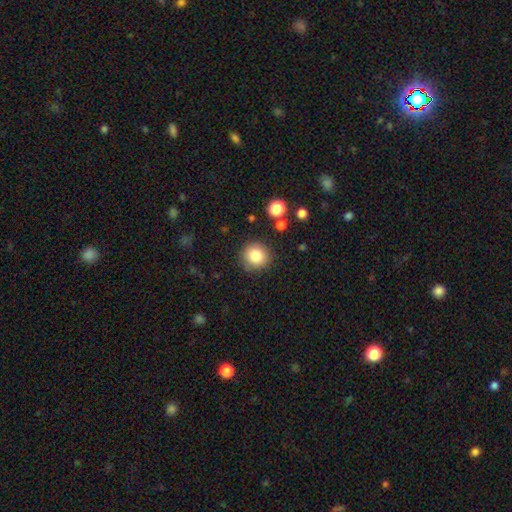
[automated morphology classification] A smooth galaxy with no disk features (82%) that is round (93%).

Vote fractions:
- Smooth or featured? smooth: 82% / star or artifact: 11% / featured or disk: 7%
- How rounded? round: 93% / in between: 6% / cigar-shaped: 1%
- Merging? none: 88% / minor disturbance: 8% / major disturbance: 3% / merger: 2%